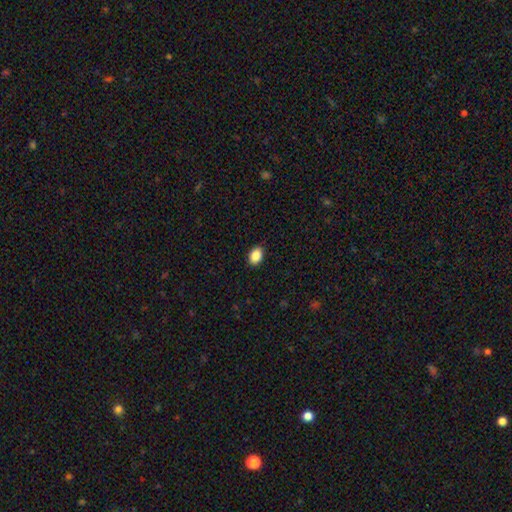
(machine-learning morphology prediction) Smooth or featured? smooth (87%)
How rounded? in between (80%)
Merging? none (89%)